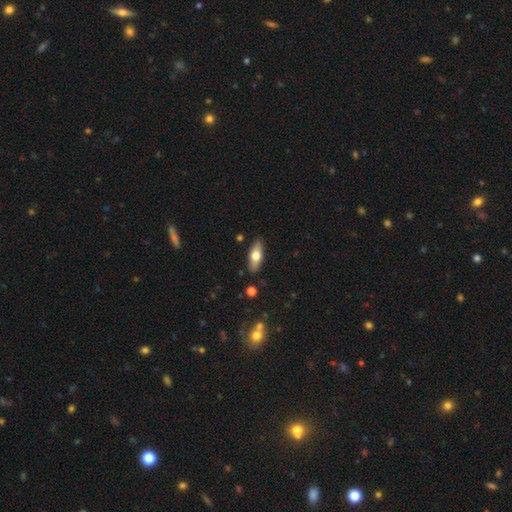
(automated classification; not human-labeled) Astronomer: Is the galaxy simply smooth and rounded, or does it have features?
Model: smooth — 64%.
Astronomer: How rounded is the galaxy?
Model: in between — 70%.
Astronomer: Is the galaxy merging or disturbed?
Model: none — 88%.